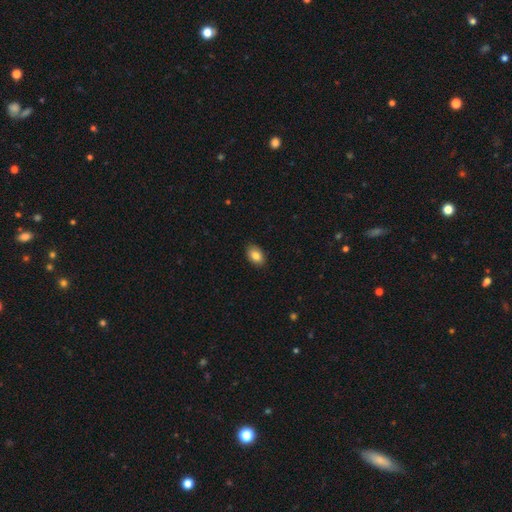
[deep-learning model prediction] This appears to be a smooth galaxy with no disk features (84%) that is in between round and cigar-shaped (86%). Merging: none (89%).